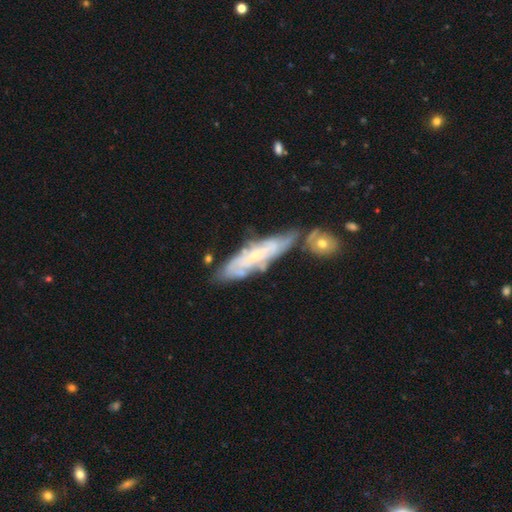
This appears to be a featured or disk galaxy (74%) with a weak bar (47%), tight (45%, tied with medium) spiral arms (65%) and a small central bulge (71%). Merging: none (58%).